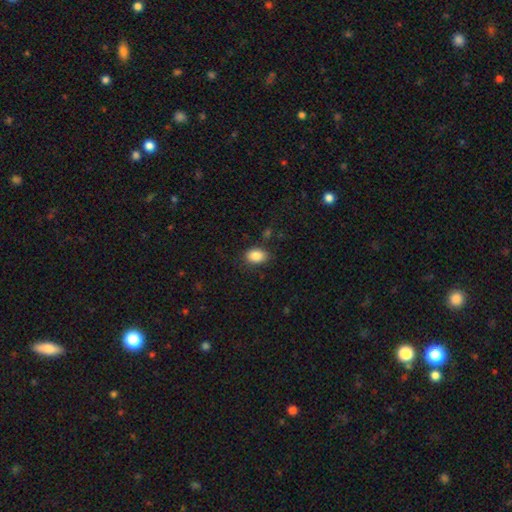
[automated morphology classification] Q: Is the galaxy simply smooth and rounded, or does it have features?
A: smooth — 87%.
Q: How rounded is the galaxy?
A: in between — 83%.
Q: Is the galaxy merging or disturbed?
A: none — 82%.